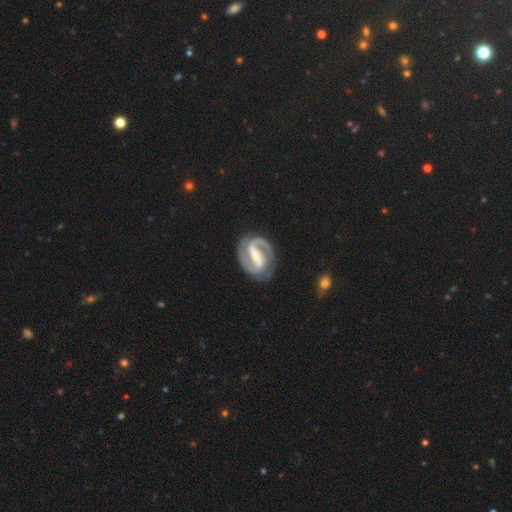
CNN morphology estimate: Smooth or featured?
  - featured or disk: 91% *
  - smooth: 5%
  - star or artifact: 4%
Edge-on disk?
  - no: 97% *
  - yes: 3%
Bar?
  - strong: 68% *
  - weak: 24%
  - no: 8%
Spiral arms?
  - yes: 97% *
  - no: 3%
Spiral winding?
  - medium: 50% *
  - tight: 37%
  - loose: 13%
Spiral arm count?
  - 2: 91% *
  - 1: 4%
  - can't tell: 2%
  - 3: 2%
  - 4: 1%
  - more than 4: 1%
Bulge size?
  - small: 47% *
  - moderate: 44%
  - large: 4%
  - none: 3%
  - dominant: 1%
Merging?
  - none: 80% *
  - minor disturbance: 13%
  - major disturbance: 5%
  - merger: 2%